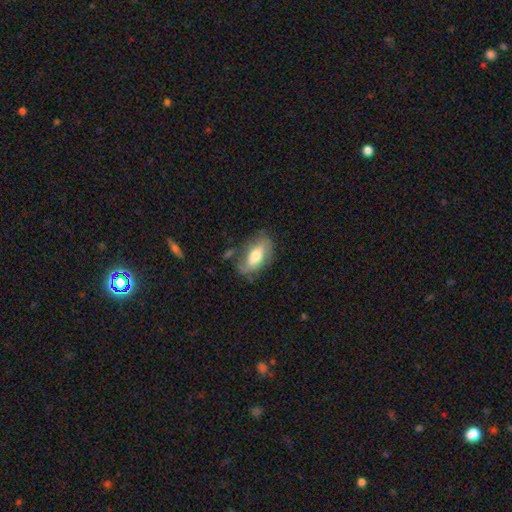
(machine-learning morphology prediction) This appears to be a smooth galaxy with no disk features (54%) that is in between round and cigar-shaped (88%). Merging: none (61%).